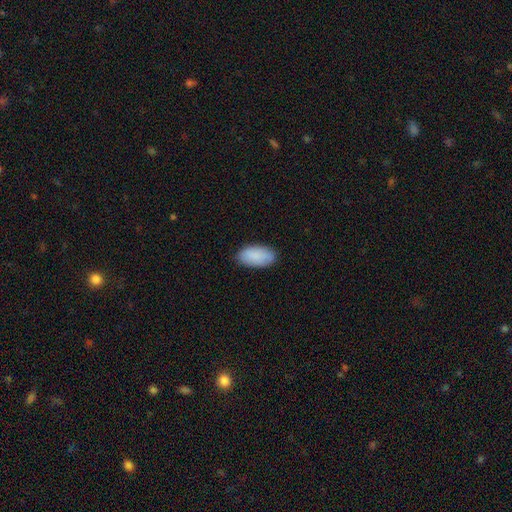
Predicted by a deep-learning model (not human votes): Smooth or featured? smooth (89%)
How rounded? in between (95%)
Merging? none (85%)